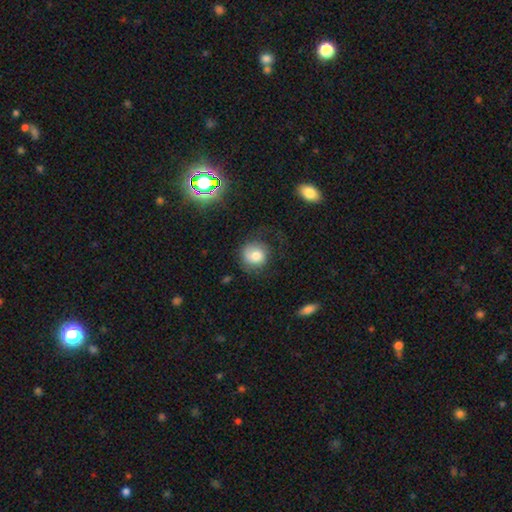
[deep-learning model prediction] This appears to be a smooth galaxy with no disk features (70%) that is round (84%). Merging: none (62%).